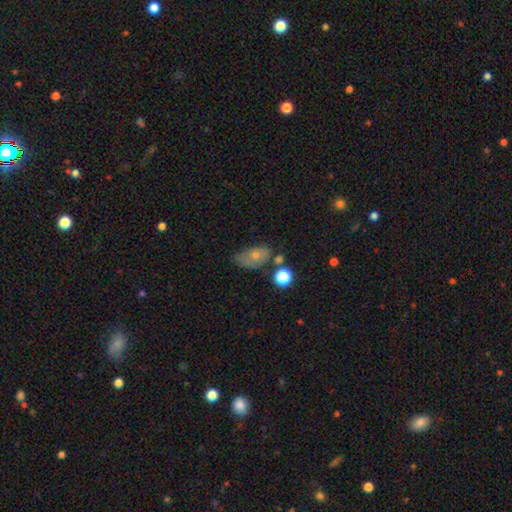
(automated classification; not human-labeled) Smooth or featured? smooth (68%)
How rounded? in between (85%)
Merging? none (41%)